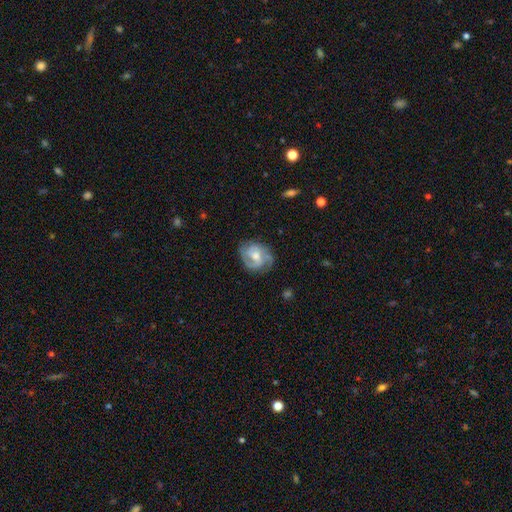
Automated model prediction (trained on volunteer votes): Morphology: type=featured or disk (74%); edge-on=no (98%); bar=no (45%, tied with weak); spiral arms=yes (92%); winding=medium (45%); arm count=2 (53%); bulge=moderate (59%); merging=none (68%).